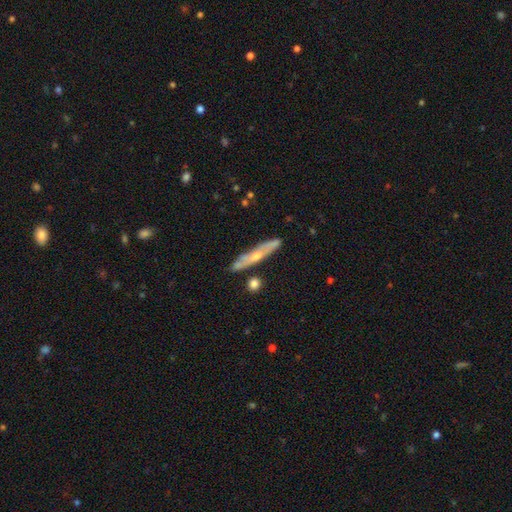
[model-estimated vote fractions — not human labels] A featured or disk galaxy (57%) viewed edge-on (78%). Merging: none (80%).